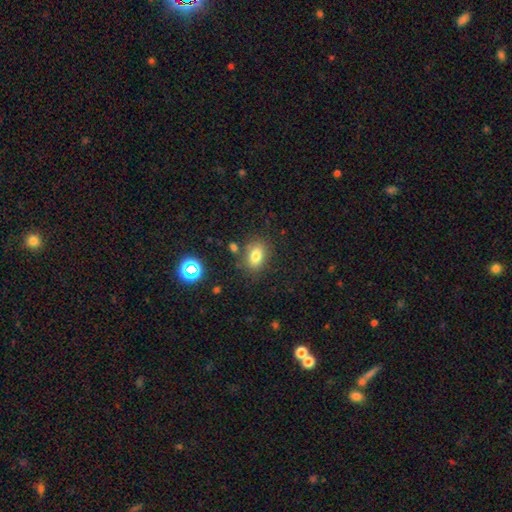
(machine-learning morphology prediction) A smooth galaxy with no disk features (78%) that is in between round and cigar-shaped (78%).

Vote fractions:
- Smooth or featured? smooth: 78% / star or artifact: 12% / featured or disk: 9%
- How rounded? in between: 78% / round: 20% / cigar-shaped: 2%
- Merging? none: 77% / minor disturbance: 13% / merger: 6% / major disturbance: 4%